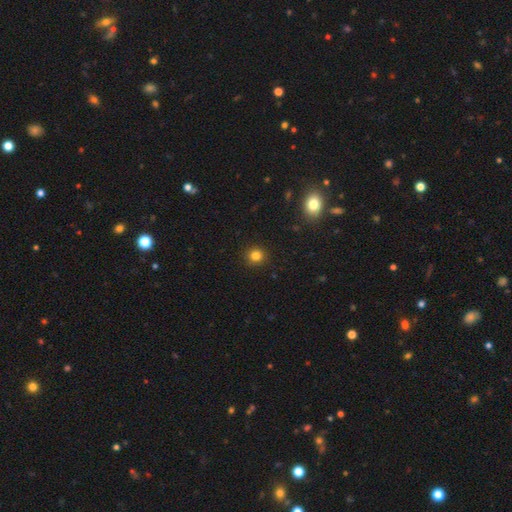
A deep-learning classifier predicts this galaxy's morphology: Smooth or featured? Predicted: smooth (p=0.81). How rounded? Predicted: round (p=0.92). Merging? Predicted: none (p=0.92).